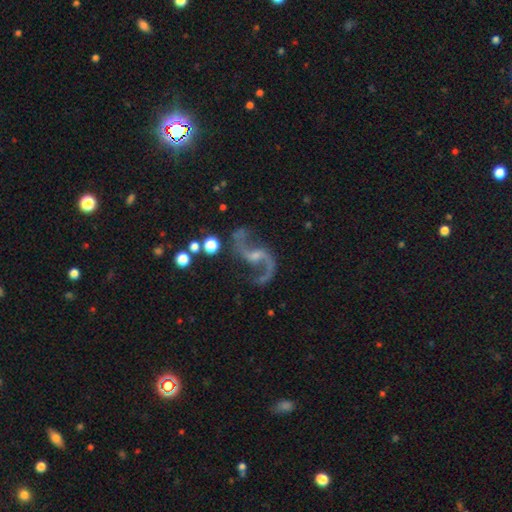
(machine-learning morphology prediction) This is clearly a featured or disk galaxy (91%). It is clearly not viewed edge-on (98%). Bar: possibly weak (45%). Spiral arm pattern: clearly yes (97%). Spiral arm count: clearly 2 (94%). Spiral winding: likely loose (78%). Central bulge: possibly small (53%). Merging: likely none (72%).